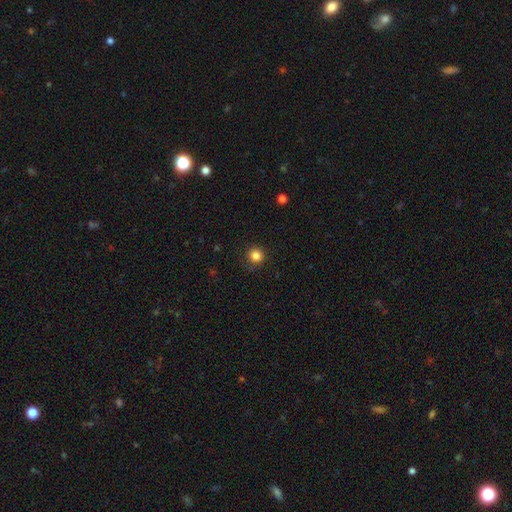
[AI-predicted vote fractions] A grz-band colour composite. It shows a smooth galaxy with no disk features (84%) that is round (93%). Merging: none (85%).